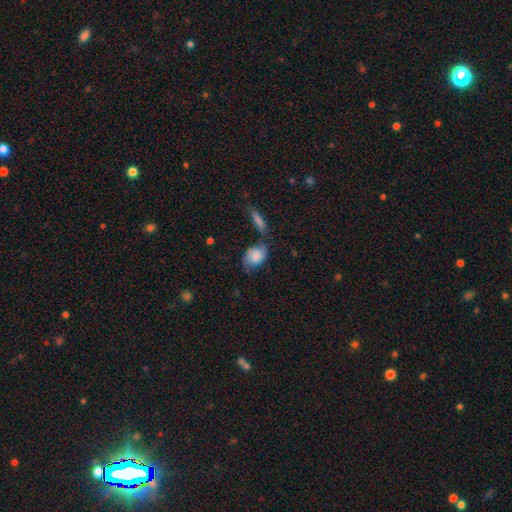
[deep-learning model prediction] Morphology: type=smooth (76%); roundness=in between (75%); merging=none (50%).